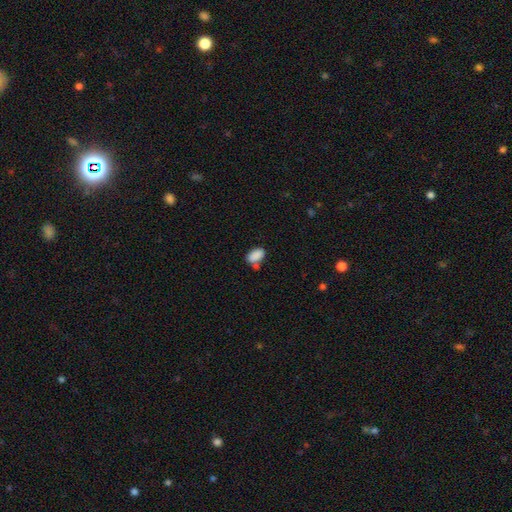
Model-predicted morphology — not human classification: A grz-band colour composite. It shows a smooth galaxy with no disk features (86%) that is in between round and cigar-shaped (92%). Merging: none (58%).